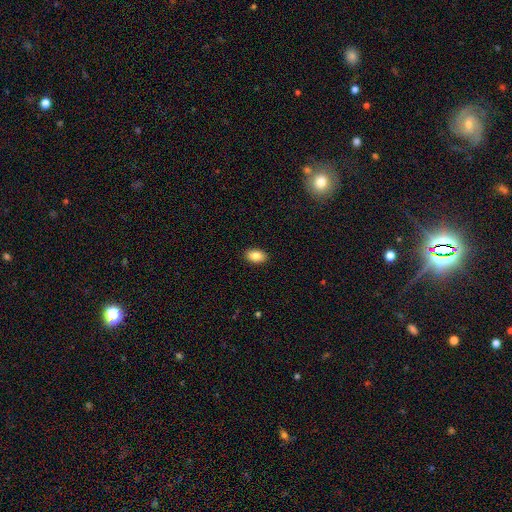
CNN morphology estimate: Smooth or featured? smooth (86%)
How rounded? in between (91%)
Merging? none (90%)